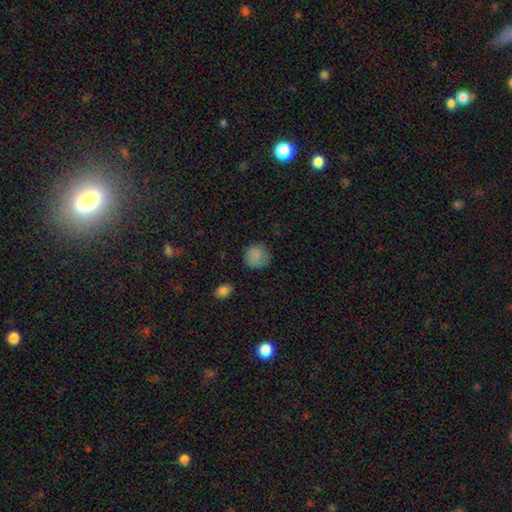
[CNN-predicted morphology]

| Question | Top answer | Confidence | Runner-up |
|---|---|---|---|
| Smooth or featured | smooth | 86% | star or artifact (9%) |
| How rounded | round | 90% | in between (9%) |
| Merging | none | 82% | minor disturbance (13%) |